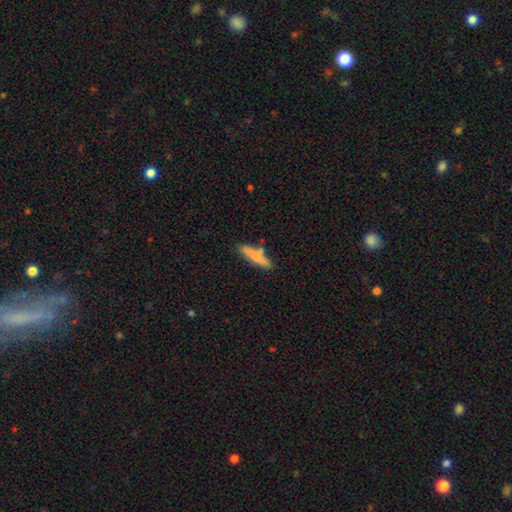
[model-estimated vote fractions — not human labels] A smooth galaxy with no disk features (68%) that is cigar-shaped (75%).

Vote fractions:
- Smooth or featured? smooth: 68% / featured or disk: 26% / star or artifact: 6%
- How rounded? cigar-shaped: 75% / in between: 23% / round: 2%
- Merging? none: 70% / minor disturbance: 17% / merger: 9% / major disturbance: 4%